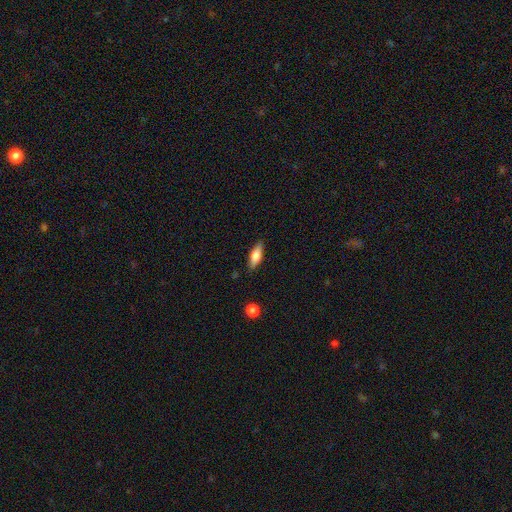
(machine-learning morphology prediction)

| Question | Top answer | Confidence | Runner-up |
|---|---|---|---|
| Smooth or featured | smooth | 67% | featured or disk (27%) |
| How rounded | in between | 58% | cigar-shaped (39%) |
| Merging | none | 85% | minor disturbance (11%) |